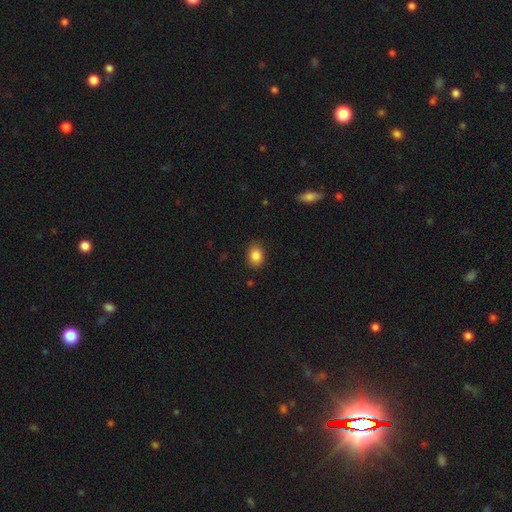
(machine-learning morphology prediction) smooth 87%, star or artifact 9%, featured or disk 4%. Down the decision tree: how rounded — in between (64%); merging — none (85%).